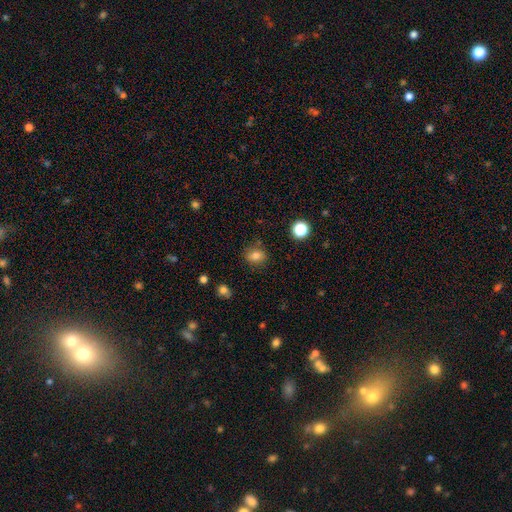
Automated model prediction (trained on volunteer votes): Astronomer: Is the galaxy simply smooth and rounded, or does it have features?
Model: smooth — 80%.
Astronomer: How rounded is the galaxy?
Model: round — 50% (runner-up: in between, 49%).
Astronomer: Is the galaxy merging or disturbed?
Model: none — 83%.